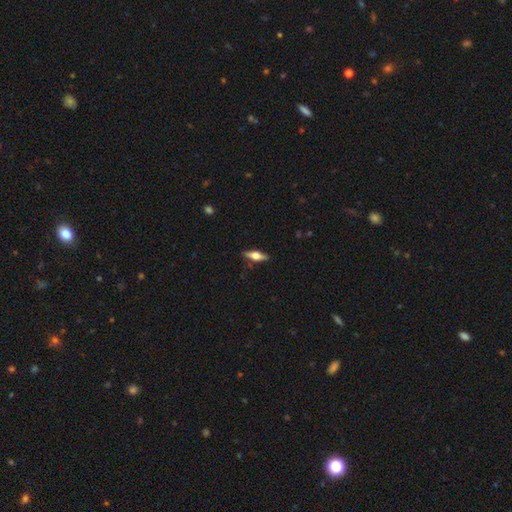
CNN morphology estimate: Q: Smooth or featured?
A: featured or disk (53%); runner-up: smooth (41%)
Q: Edge-on disk?
A: yes (93%); runner-up: no (7%)
Q: Merging?
A: none (86%); runner-up: minor disturbance (11%)